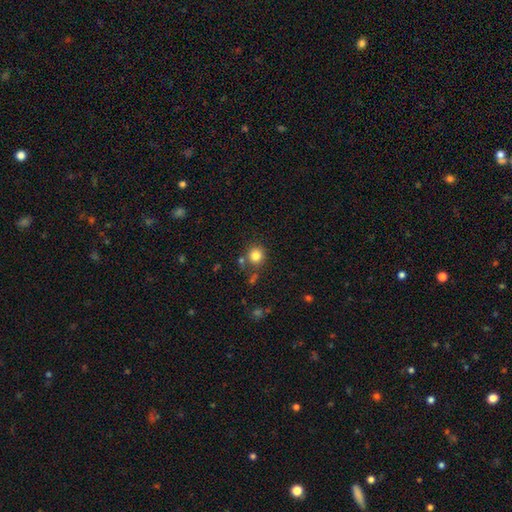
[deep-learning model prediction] This appears to be a smooth galaxy with no disk features (82%) that is round (90%). Merging: none (77%).